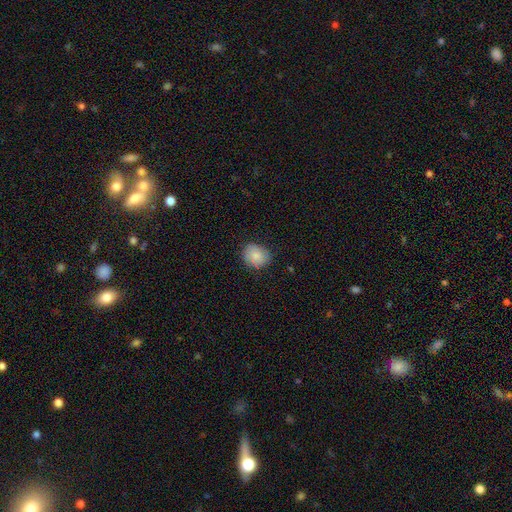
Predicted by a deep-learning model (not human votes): A smooth galaxy with no disk features (83%) that is round (62%). Merging: none (77%).